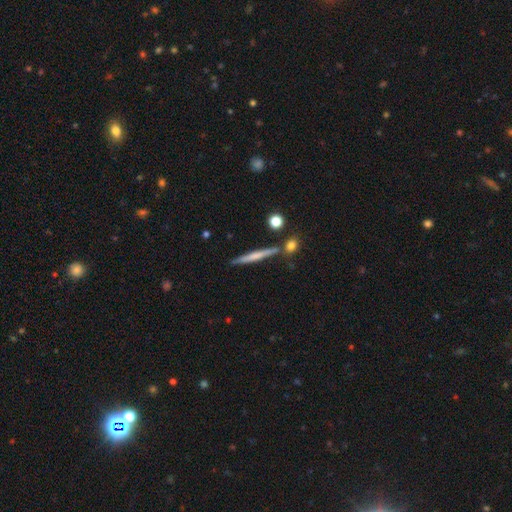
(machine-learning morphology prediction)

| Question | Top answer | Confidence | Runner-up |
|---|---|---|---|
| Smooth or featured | smooth | 51% | featured or disk (42%) |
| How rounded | cigar-shaped | 95% | in between (3%) |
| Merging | none | 81% | minor disturbance (10%) |